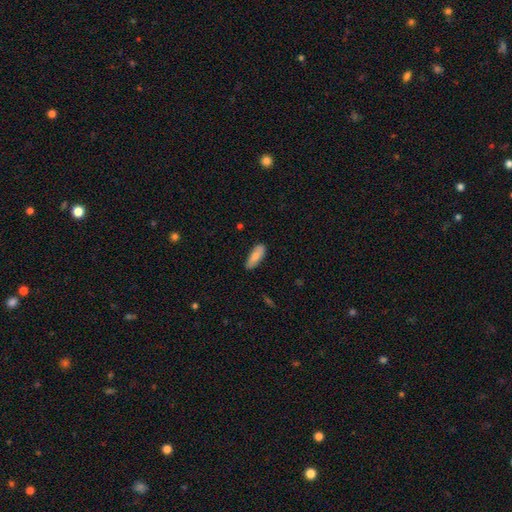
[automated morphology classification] smooth_or_featured: smooth (p=0.81) [alt: featured or disk p=0.13]
how_rounded: in between (p=0.64) [alt: cigar-shaped p=0.34]
merging: none (p=0.82) [alt: minor disturbance p=0.15]